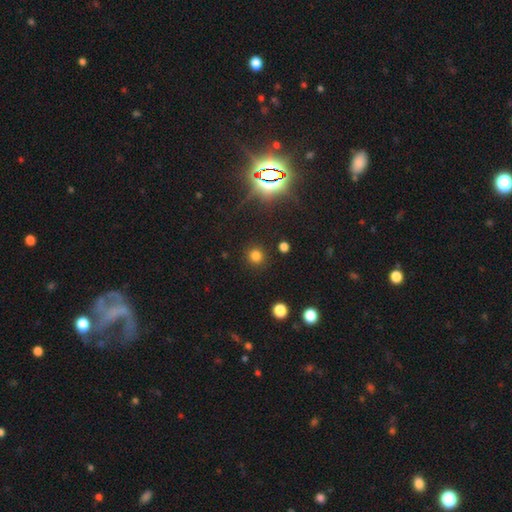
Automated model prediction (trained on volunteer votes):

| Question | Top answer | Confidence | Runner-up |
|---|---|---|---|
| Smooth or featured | smooth | 76% | star or artifact (19%) |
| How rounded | round | 92% | in between (7%) |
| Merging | none | 90% | minor disturbance (6%) |